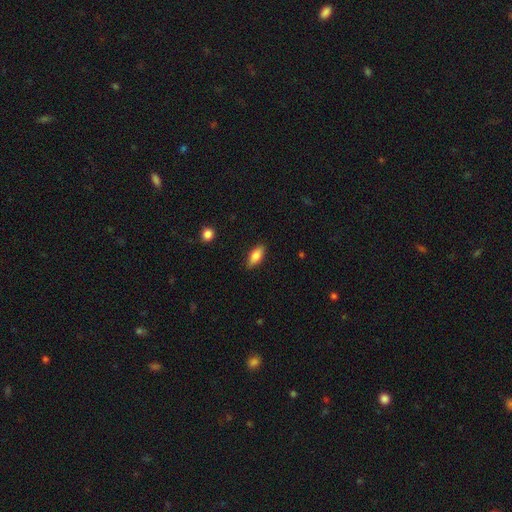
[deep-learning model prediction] Q: Smooth or featured?
A: smooth (83%); runner-up: featured or disk (10%)
Q: How rounded?
A: in between (84%); runner-up: cigar-shaped (13%)
Q: Merging?
A: none (86%); runner-up: minor disturbance (10%)